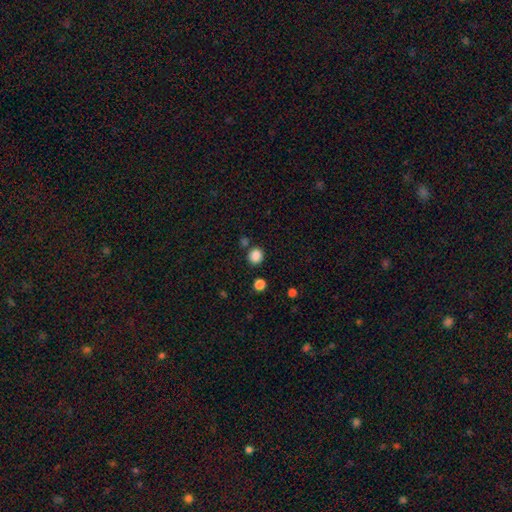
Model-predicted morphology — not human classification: Smooth or featured: smooth — 86% (star or artifact — 11%)
How rounded: round — 76% (in between — 23%)
Merging: none — 82% (minor disturbance — 9%)